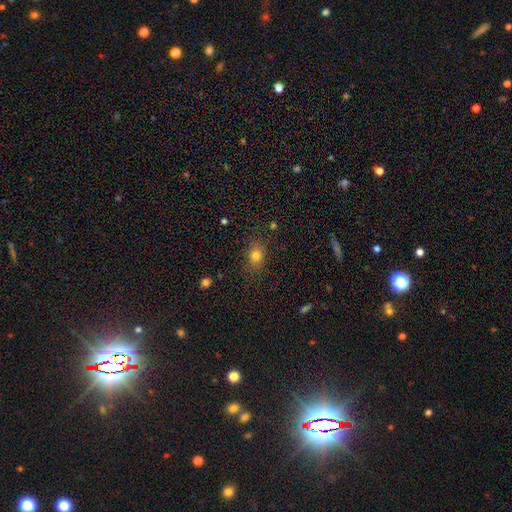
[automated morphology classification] This appears to be a smooth galaxy with no disk features (79%) that is in between round and cigar-shaped (56%). Merging: none (81%).